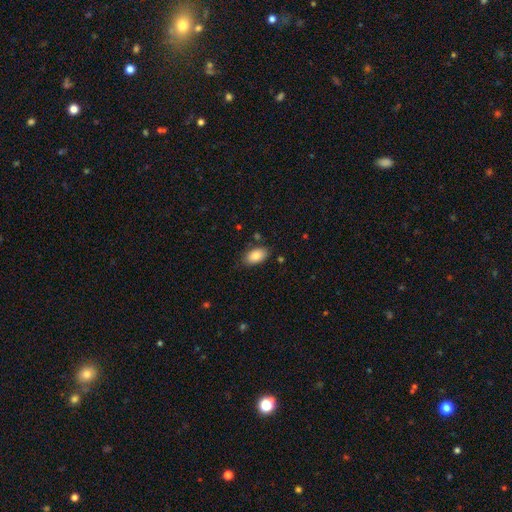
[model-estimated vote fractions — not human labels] Morphology: type=smooth (85%); roundness=in between (93%); merging=none (82%).